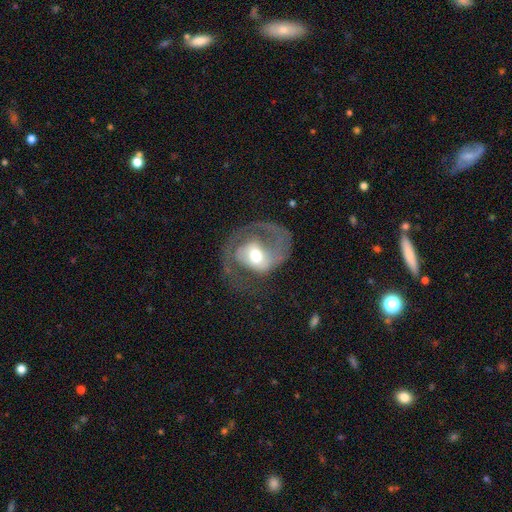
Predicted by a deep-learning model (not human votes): This appears to be a featured or disk galaxy (72%) with no bar (47%), 2 (48%) medium (44%) spiral arms (78%) and a moderate central bulge (66%). Merging: major disturbance (41%).